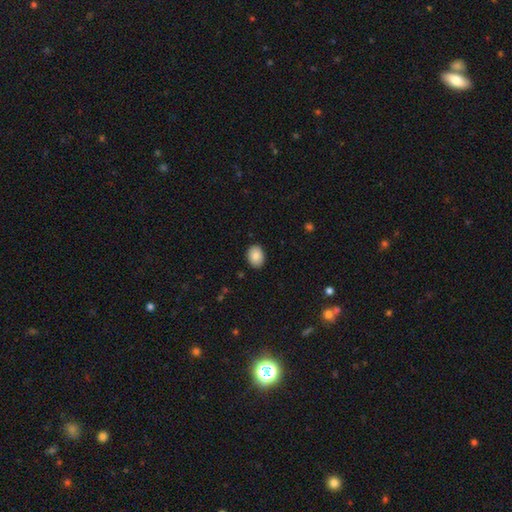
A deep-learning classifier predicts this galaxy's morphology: Smooth or featured? Predicted: smooth (p=0.85). How rounded? Predicted: in between (p=0.69). Merging? Predicted: none (p=0.89).